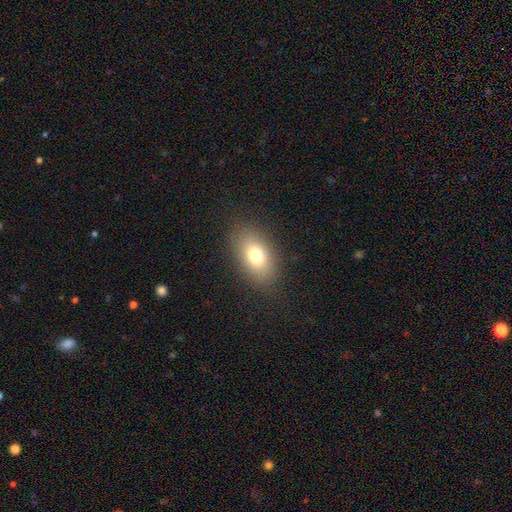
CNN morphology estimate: Smooth or featured?
  - smooth: 76% *
  - featured or disk: 14%
  - star or artifact: 11%
How rounded?
  - in between: 86% *
  - round: 11%
  - cigar-shaped: 3%
Merging?
  - none: 85% *
  - minor disturbance: 10%
  - major disturbance: 4%
  - merger: 1%